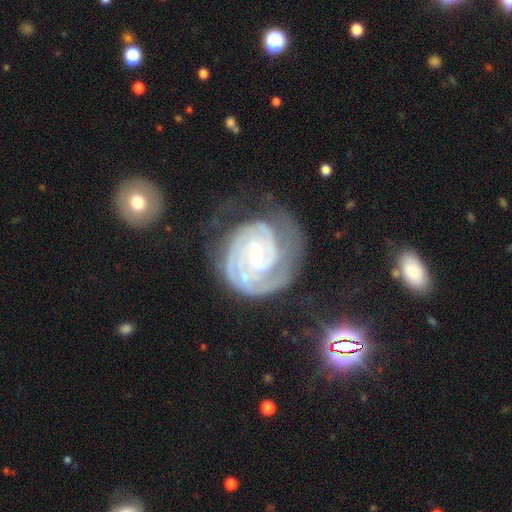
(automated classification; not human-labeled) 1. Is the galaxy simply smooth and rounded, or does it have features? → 91% featured or disk, 5% star or artifact, 5% smooth.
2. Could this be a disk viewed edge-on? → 98% no, 2% yes.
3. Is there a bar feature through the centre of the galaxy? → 54% weak, 25% strong, 21% no.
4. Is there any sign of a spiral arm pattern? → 98% yes, 2% no.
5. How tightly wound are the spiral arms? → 76% tight, 20% medium, 3% loose.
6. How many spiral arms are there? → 43% 2, 20% can't tell, 20% 3, 7% 4, 6% 1, 5% more than 4.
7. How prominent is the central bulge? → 64% small, 30% moderate, 4% none, 2% large, 1% dominant.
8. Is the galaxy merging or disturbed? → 55% none, 23% minor disturbance, 19% major disturbance, 3% merger.